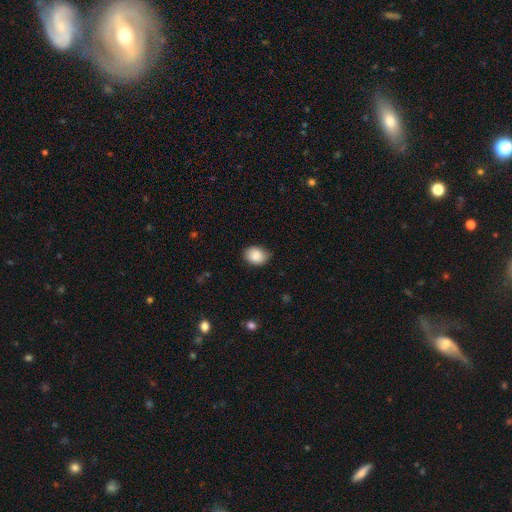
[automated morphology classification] smooth 87%, star or artifact 7%, featured or disk 6%. Down the decision tree: how rounded — in between (64%); merging — none (78%).